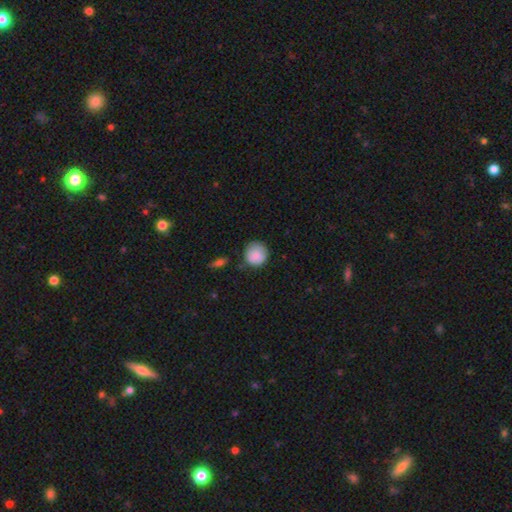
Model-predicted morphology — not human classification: smooth 85%, featured or disk 8%, star or artifact 7%. Down the decision tree: how rounded — round (91%); merging — none (72%).